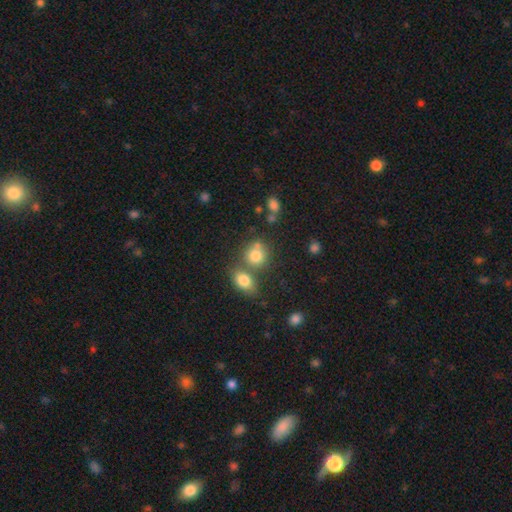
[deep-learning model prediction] This is likely a smooth galaxy (80%). How rounded: likely round (73%). Merging: possibly none (48%).